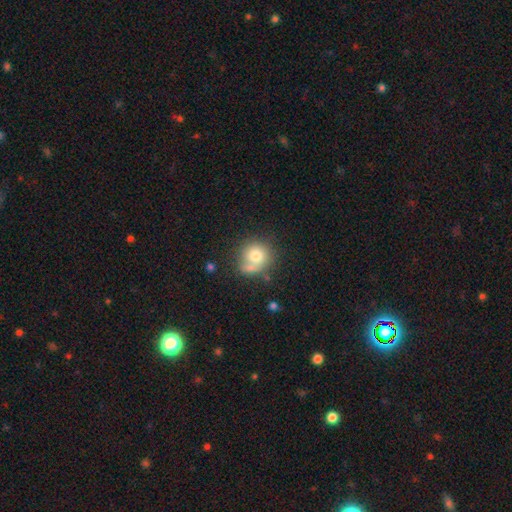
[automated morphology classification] A smooth galaxy with no disk features (75%) that is round (84%). Merging: none (50%).